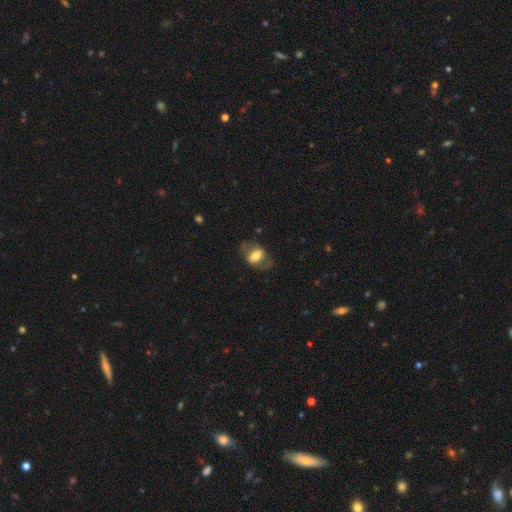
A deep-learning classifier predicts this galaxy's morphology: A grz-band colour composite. It shows a smooth galaxy with no disk features (50%) that is in between round and cigar-shaped (81%). Merging: none (64%).